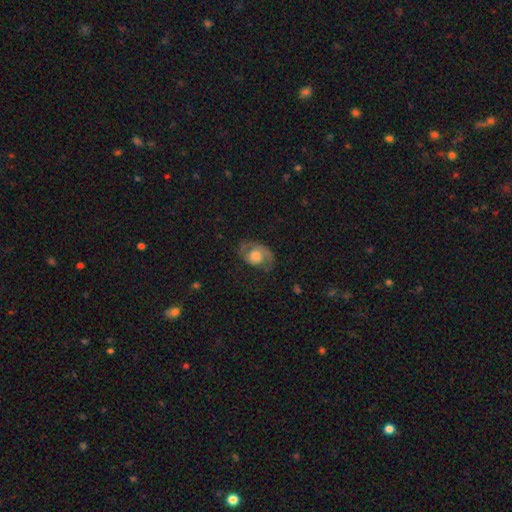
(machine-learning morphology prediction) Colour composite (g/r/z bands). It shows a featured or disk galaxy (54%) with no bar (77%), spiral arms (71%) and a moderate central bulge (46%). Merging: none (54%).